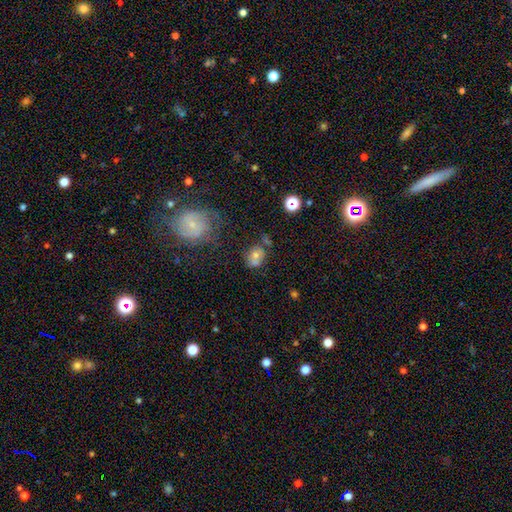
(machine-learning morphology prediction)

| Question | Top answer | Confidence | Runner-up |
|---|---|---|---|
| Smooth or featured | smooth | 56% | featured or disk (28%) |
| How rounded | round | 54% | in between (44%) |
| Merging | none | 56% | minor disturbance (18%) |